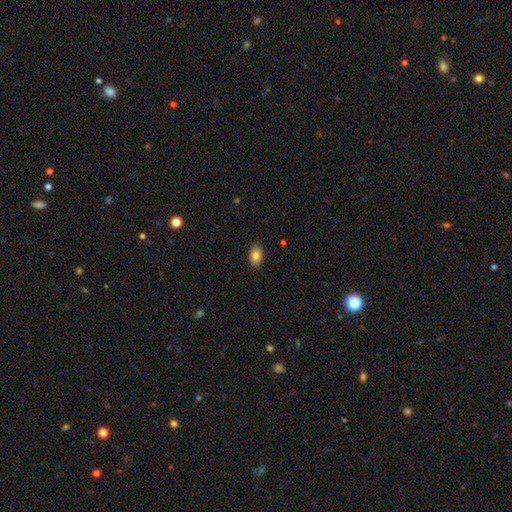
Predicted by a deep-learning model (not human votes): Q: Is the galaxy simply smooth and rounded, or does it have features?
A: smooth — 84%.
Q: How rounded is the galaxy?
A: in between — 91%.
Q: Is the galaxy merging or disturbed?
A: none — 89%.